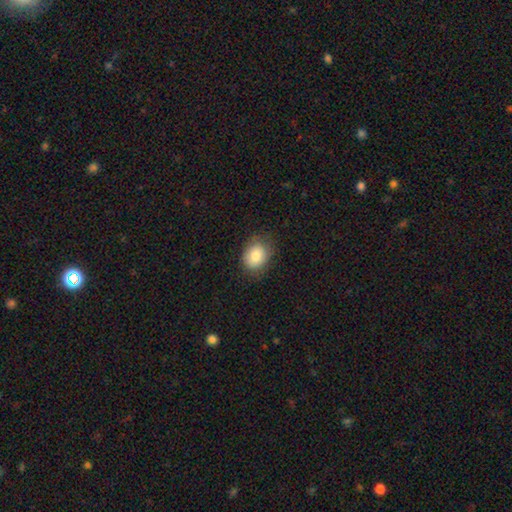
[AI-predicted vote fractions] Smooth or featured? Predicted: smooth (p=0.84). How rounded? Predicted: in between (p=0.57). Merging? Predicted: none (p=0.77).